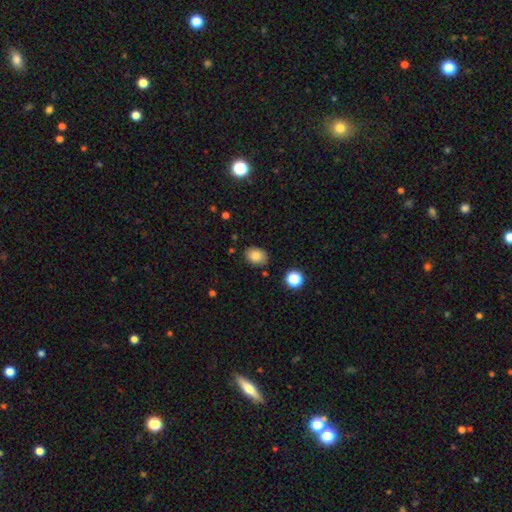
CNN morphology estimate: Overall: smooth (83%). How rounded: in between (68%; round 31%). Merging: none (83%).